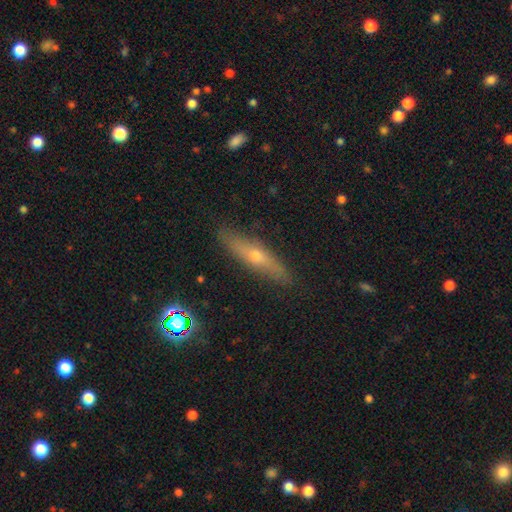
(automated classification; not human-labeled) Morphology: type=featured or disk (54%); edge-on=yes (80%); merging=none (86%).